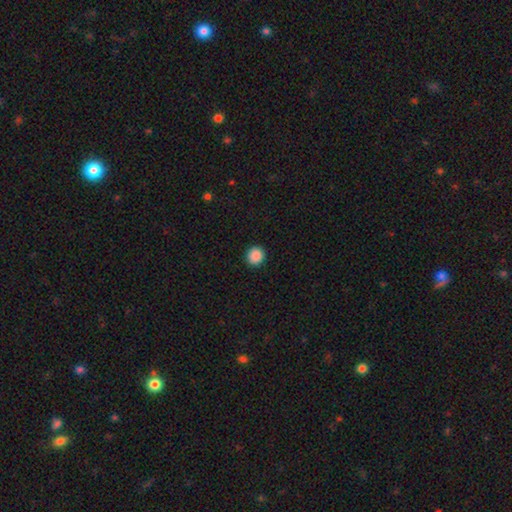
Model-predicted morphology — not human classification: Smooth or featured? Predicted: smooth (p=0.89). How rounded? Predicted: round (p=0.91). Merging? Predicted: none (p=0.92).